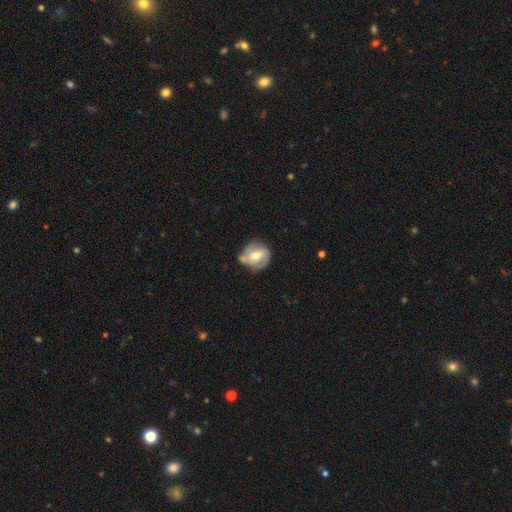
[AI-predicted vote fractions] Morphology: type=featured or disk (54%); edge-on=no (95%); bar=weak (43%); spiral arms=yes (62%); bulge=moderate (65%); merging=none (54%).